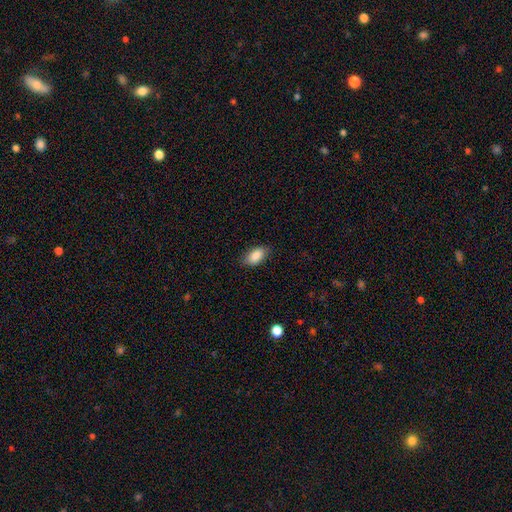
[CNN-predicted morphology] Smooth or featured? smooth (88%)
How rounded? in between (92%)
Merging? none (84%)